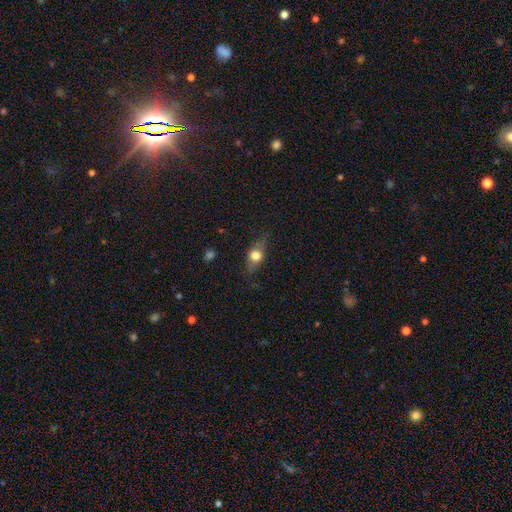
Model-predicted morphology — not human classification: Smooth or featured? Predicted: smooth (p=0.59). How rounded? Predicted: in between (p=0.59). Merging? Predicted: none (p=0.73).